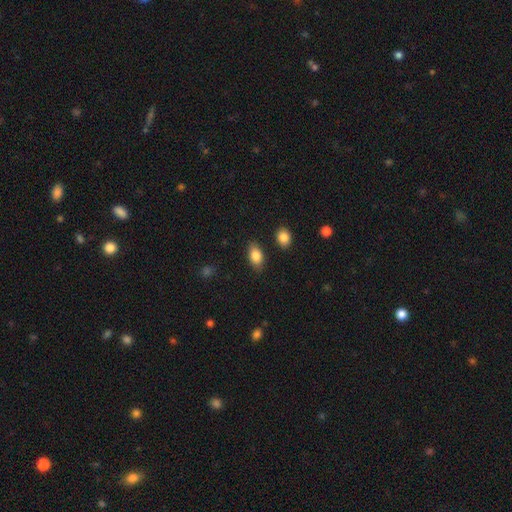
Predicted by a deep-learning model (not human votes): smooth_or_featured: smooth (p=0.85) [alt: featured or disk p=0.08]
how_rounded: in between (p=0.89) [alt: round p=0.08]
merging: none (p=0.84) [alt: minor disturbance p=0.10]